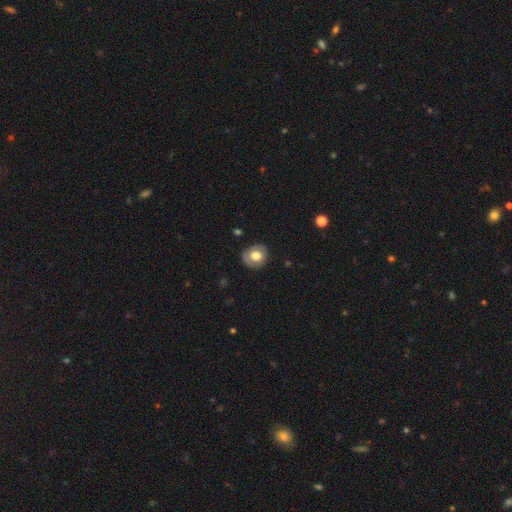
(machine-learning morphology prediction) Smooth or featured?
  - smooth: 67% *
  - featured or disk: 26%
  - star or artifact: 7%
How rounded?
  - round: 74% *
  - in between: 25%
  - cigar-shaped: 1%
Merging?
  - none: 83% *
  - minor disturbance: 13%
  - major disturbance: 3%
  - merger: 1%